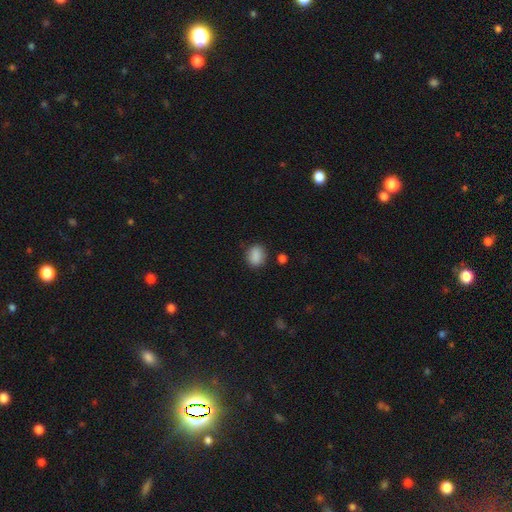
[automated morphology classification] This appears to be a smooth galaxy with no disk features (87%) that is in between round and cigar-shaped (52%). Merging: none (82%).